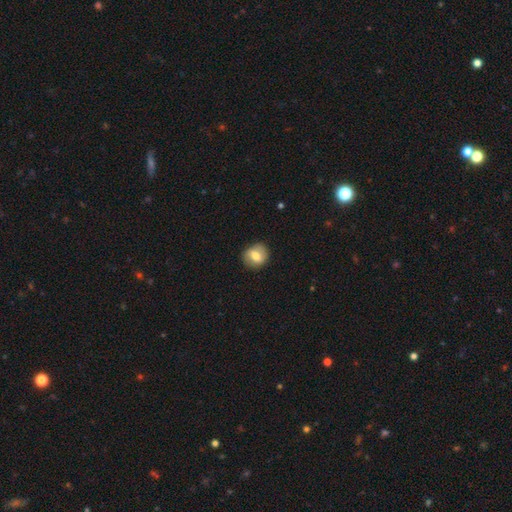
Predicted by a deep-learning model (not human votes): Overall: smooth (62%; featured or disk 30%). How rounded: round (74%). Merging: none (84%).